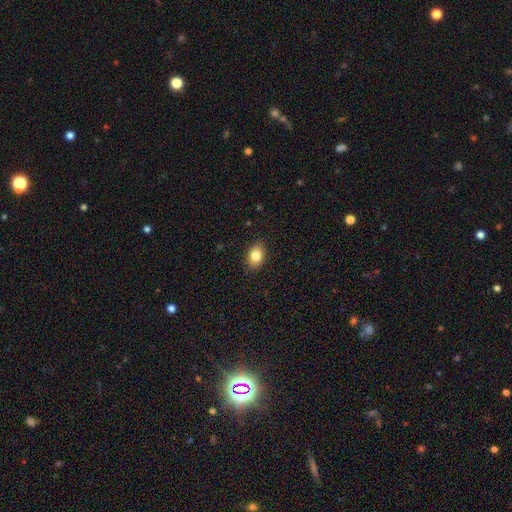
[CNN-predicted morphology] Smooth or featured? smooth (83%)
How rounded? in between (78%)
Merging? none (88%)